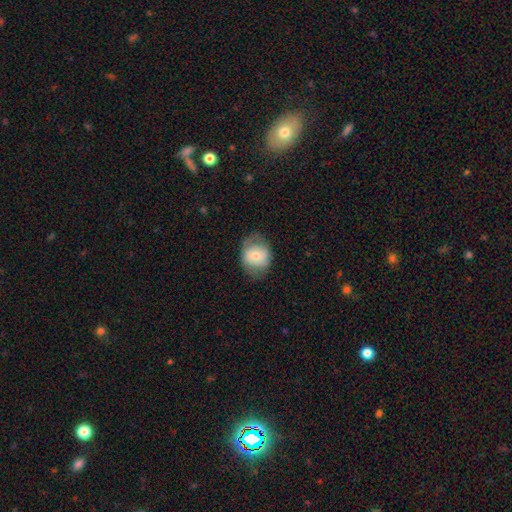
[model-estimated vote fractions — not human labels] This is likely a smooth galaxy (63%). How rounded: possibly round (56%). Merging: likely none (67%).